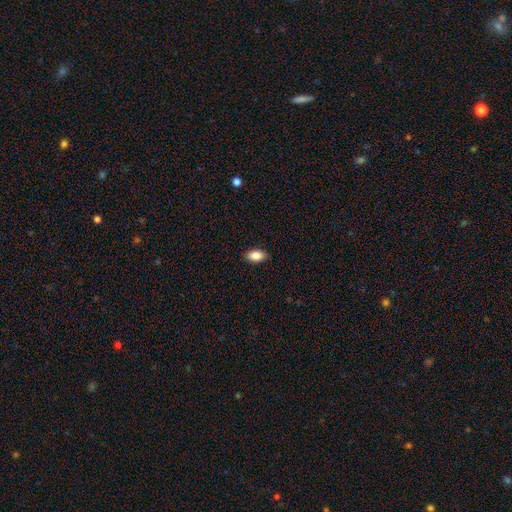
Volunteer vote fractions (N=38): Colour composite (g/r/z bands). It shows a smooth galaxy with no disk features (74%) that is in between round and cigar-shaped (100%). Merging: none (89%).